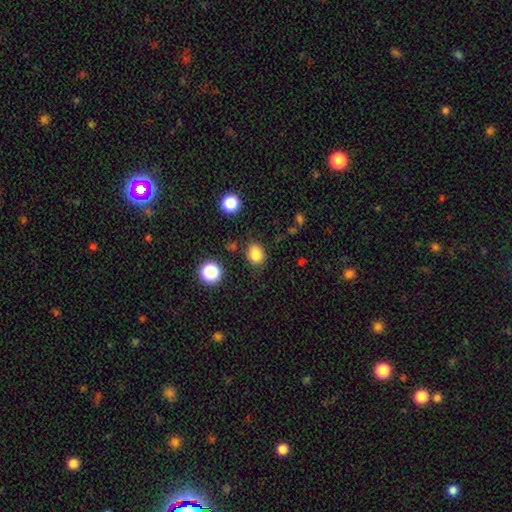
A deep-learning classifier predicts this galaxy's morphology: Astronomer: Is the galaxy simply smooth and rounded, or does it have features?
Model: smooth — 83%.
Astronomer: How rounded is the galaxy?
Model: in between — 55% (runner-up: round, 44%).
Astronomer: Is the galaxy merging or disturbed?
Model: none — 78%.